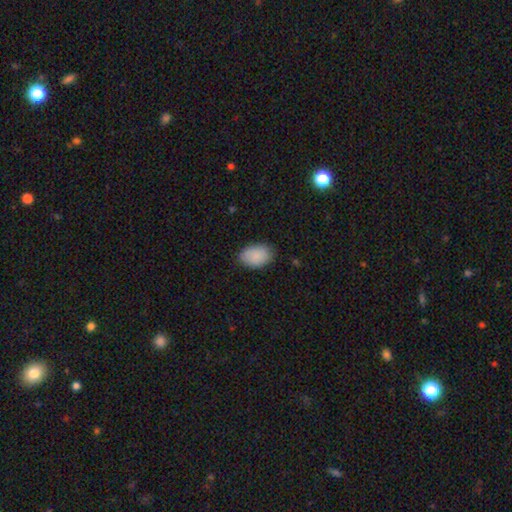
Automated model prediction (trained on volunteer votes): This is clearly a smooth galaxy (89%). How rounded: clearly in between (88%). Merging: clearly none (84%).